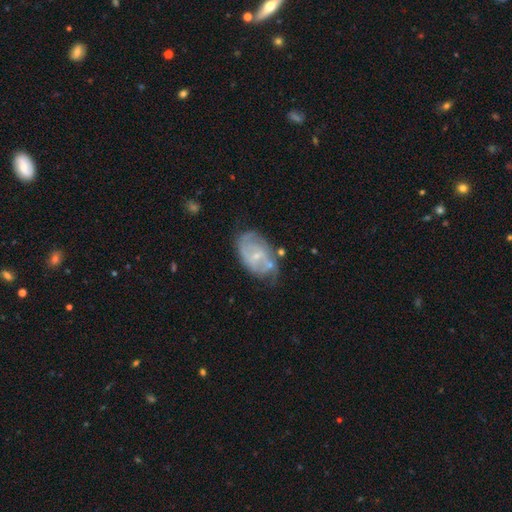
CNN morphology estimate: Smooth or featured? Predicted: featured or disk (p=0.74). Edge-on disk? Predicted: no (p=0.96). Bar? Predicted: weak (p=0.47). Spiral arms? Predicted: yes (p=0.83). Spiral winding? Predicted: medium (p=0.42). Spiral arm count? Predicted: 2 (p=0.49). Bulge size? Predicted: small (p=0.71). Merging? Predicted: none (p=0.51).